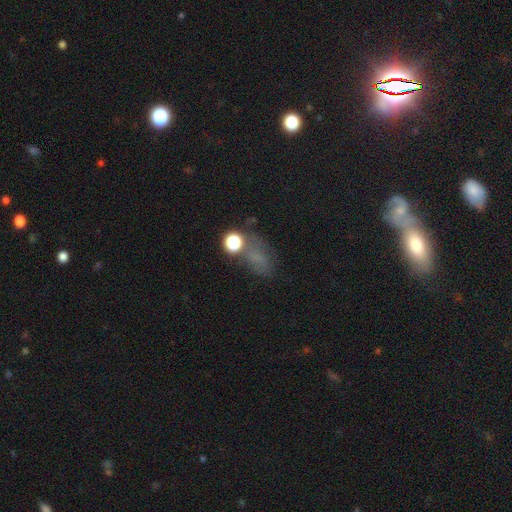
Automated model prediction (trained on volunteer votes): This appears to be a smooth galaxy with no disk features (49%). Merging: none (49%).